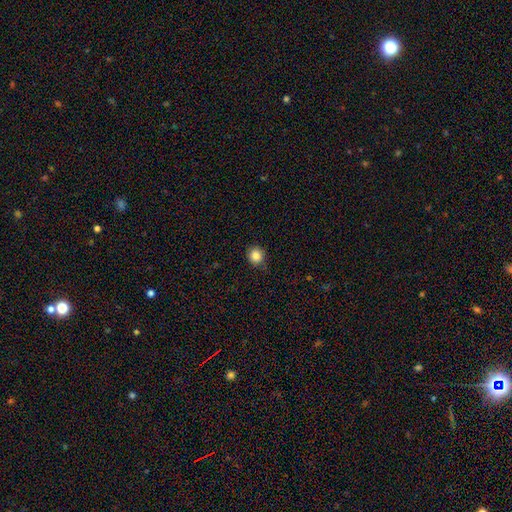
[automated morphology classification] smooth_or_featured: smooth (p=0.84) [alt: star or artifact p=0.11]
how_rounded: round (p=0.89) [alt: in between p=0.10]
merging: none (p=0.85) [alt: minor disturbance p=0.12]